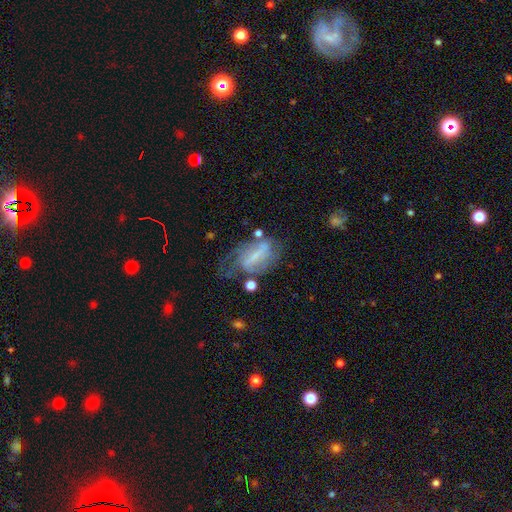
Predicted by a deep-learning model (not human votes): This appears to be a featured or disk galaxy (64%) with a strong bar (49%), spiral arms (70%) and no central bulge (39%). Merging: none (39%).